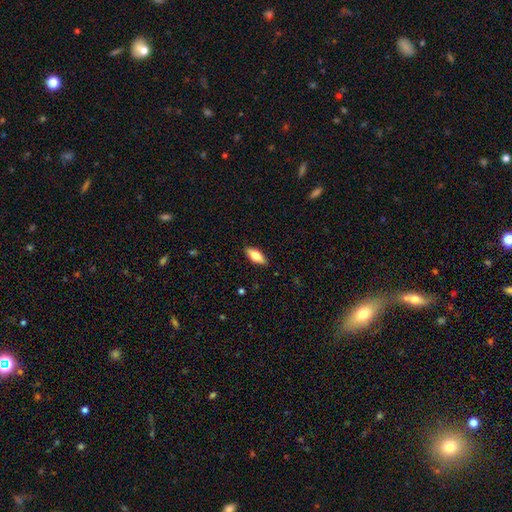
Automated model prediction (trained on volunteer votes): Q: Smooth or featured?
A: smooth (67%); runner-up: featured or disk (26%)
Q: How rounded?
A: in between (75%); runner-up: cigar-shaped (22%)
Q: Merging?
A: none (89%); runner-up: minor disturbance (9%)